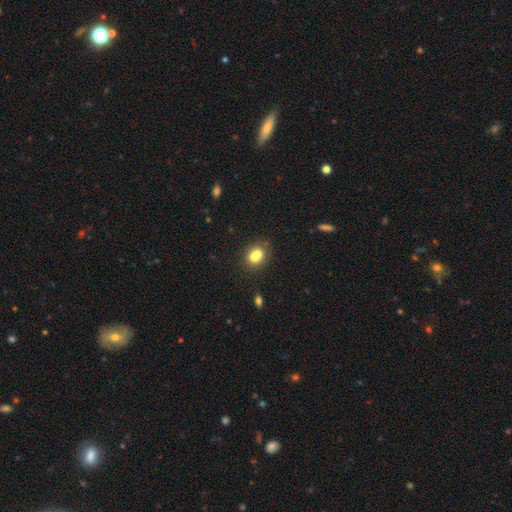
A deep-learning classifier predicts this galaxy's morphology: Smooth or featured?
  - smooth: 73% *
  - featured or disk: 16%
  - star or artifact: 11%
How rounded?
  - in between: 52% *
  - round: 46%
  - cigar-shaped: 1%
Merging?
  - none: 42% *
  - merger: 41%
  - minor disturbance: 12%
  - major disturbance: 4%